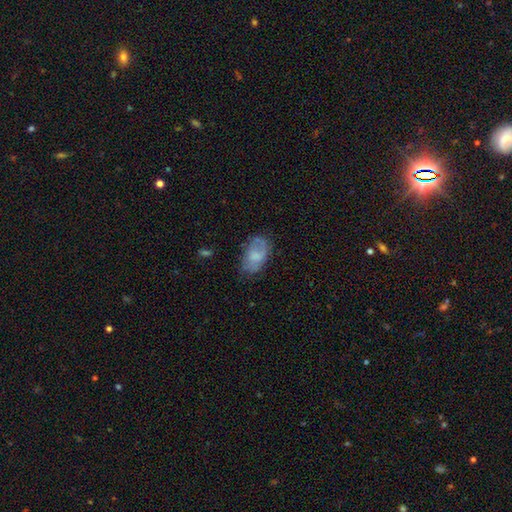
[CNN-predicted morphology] A smooth galaxy with no disk features (60%) that is in between round and cigar-shaped (92%).

Vote fractions:
- Smooth or featured? smooth: 60% / featured or disk: 32% / star or artifact: 8%
- How rounded? in between: 92% / round: 6% / cigar-shaped: 2%
- Merging? none: 60% / minor disturbance: 27% / major disturbance: 11% / merger: 2%